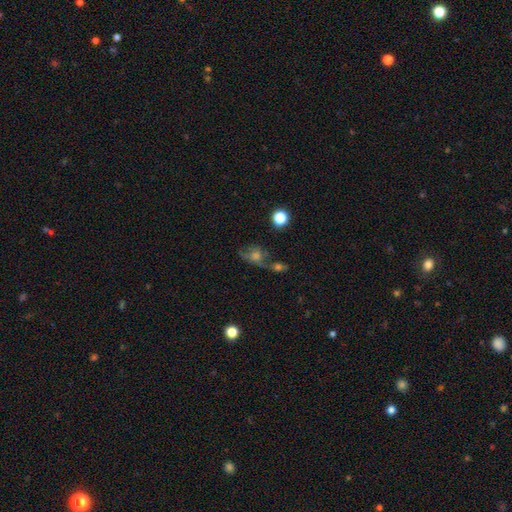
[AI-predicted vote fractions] Q: Smooth or featured?
A: smooth (40%); runner-up: featured or disk (35%)
Q: Merging?
A: none (38%); runner-up: merger (27%)